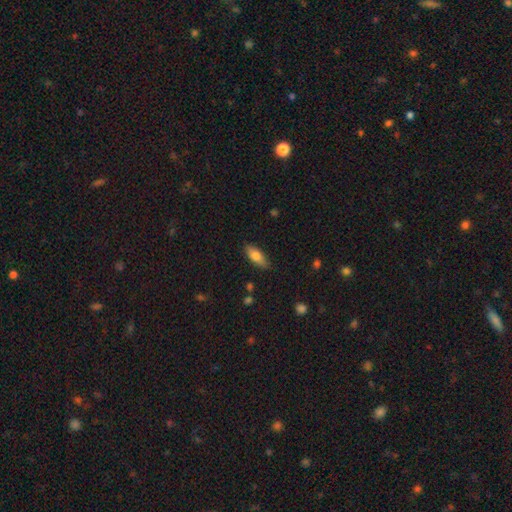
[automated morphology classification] A smooth galaxy with no disk features (76%) that is in between round and cigar-shaped (75%). Merging: none (85%).